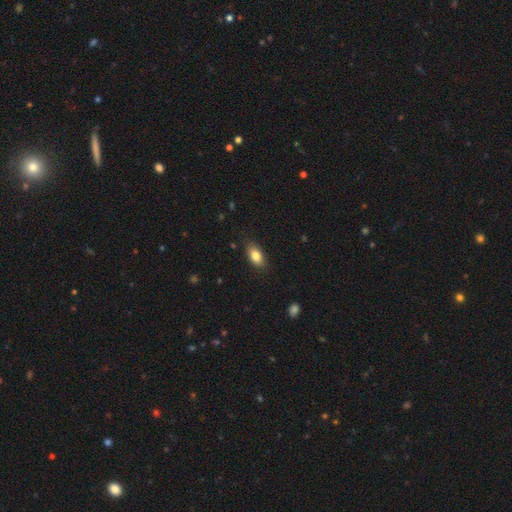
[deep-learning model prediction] Q: Smooth or featured?
A: smooth (82%); runner-up: featured or disk (10%)
Q: How rounded?
A: in between (88%); runner-up: cigar-shaped (6%)
Q: Merging?
A: none (84%); runner-up: minor disturbance (12%)